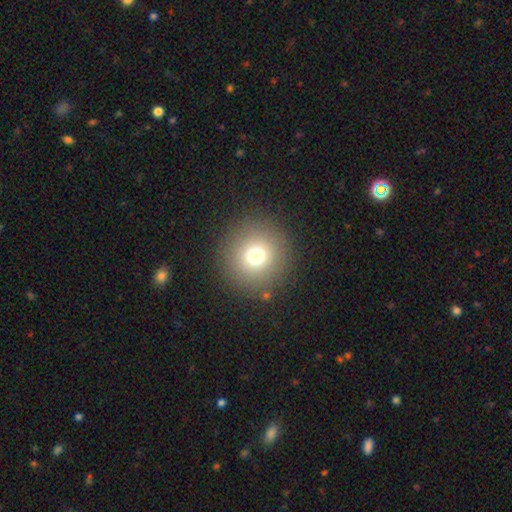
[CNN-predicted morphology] Q: Smooth or featured?
A: smooth (73%); runner-up: star or artifact (17%)
Q: How rounded?
A: round (96%); runner-up: in between (3%)
Q: Merging?
A: none (90%); runner-up: minor disturbance (5%)